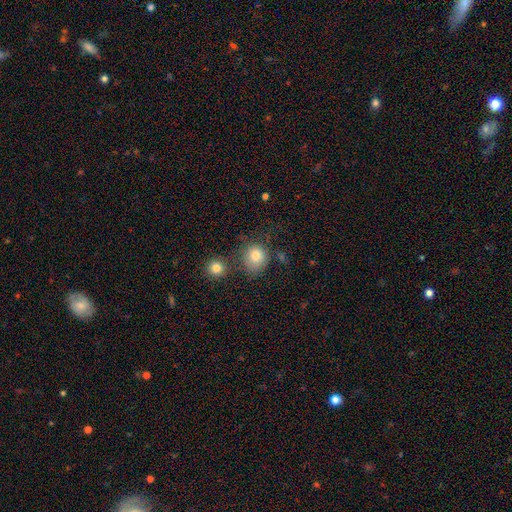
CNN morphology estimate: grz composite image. It shows a smooth galaxy with no disk features (81%) that is round (83%). Merging: none (65%).